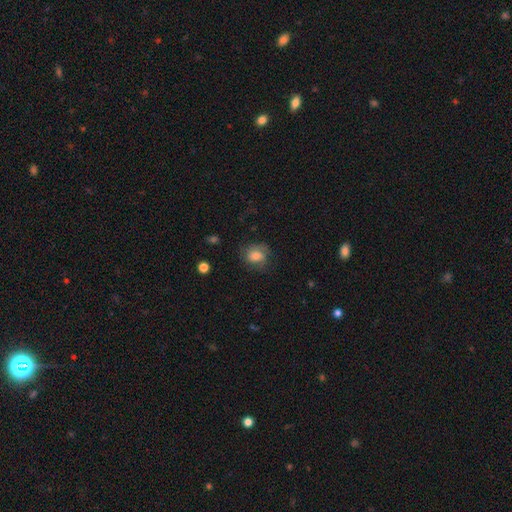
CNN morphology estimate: Overall: smooth (56%; featured or disk 35%). How rounded: round (62%; in between 37%). Merging: none (66%).